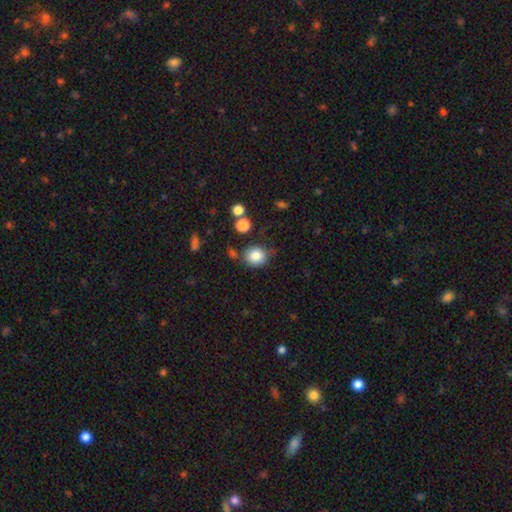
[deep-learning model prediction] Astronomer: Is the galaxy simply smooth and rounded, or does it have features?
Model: smooth — 83%.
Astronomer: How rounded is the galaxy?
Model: round — 80%.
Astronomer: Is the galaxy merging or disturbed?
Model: none — 76%.